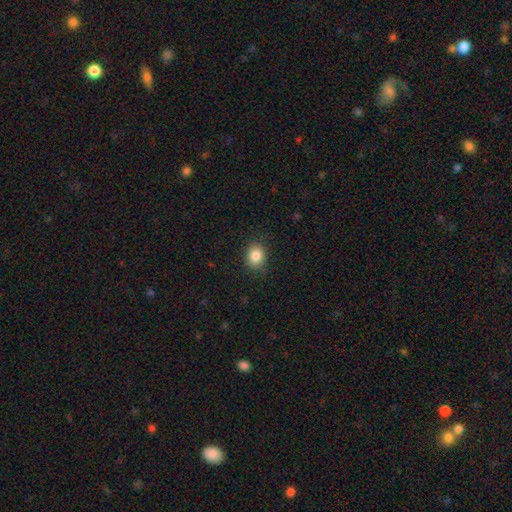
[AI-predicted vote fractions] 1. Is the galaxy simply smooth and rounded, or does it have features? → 85% smooth, 10% star or artifact, 5% featured or disk.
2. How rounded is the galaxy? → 61% round, 38% in between, 1% cigar-shaped.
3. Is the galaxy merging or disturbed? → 86% none, 11% minor disturbance, 3% major disturbance, 1% merger.